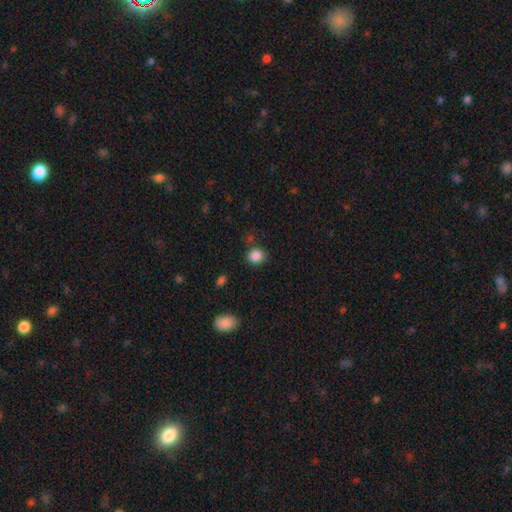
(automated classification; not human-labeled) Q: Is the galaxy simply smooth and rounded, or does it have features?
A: smooth — 86%.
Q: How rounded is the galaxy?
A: round — 80%.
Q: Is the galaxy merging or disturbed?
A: none — 80%.